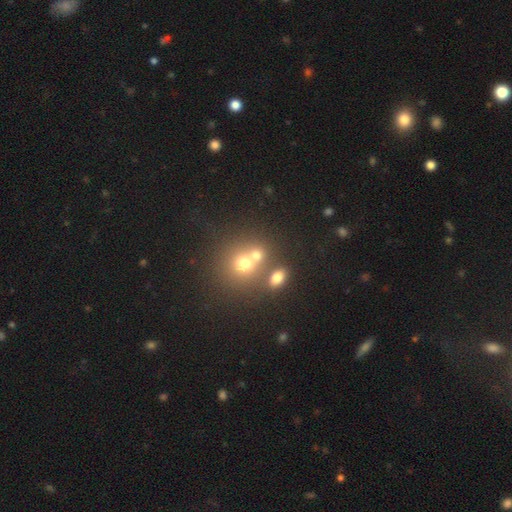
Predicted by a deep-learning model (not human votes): The model was most divided on "merging": merger: 47%, none: 41%, minor disturbance: 7%, major disturbance: 4%. More confident: how rounded — round (77%); smooth or featured — smooth (68%).